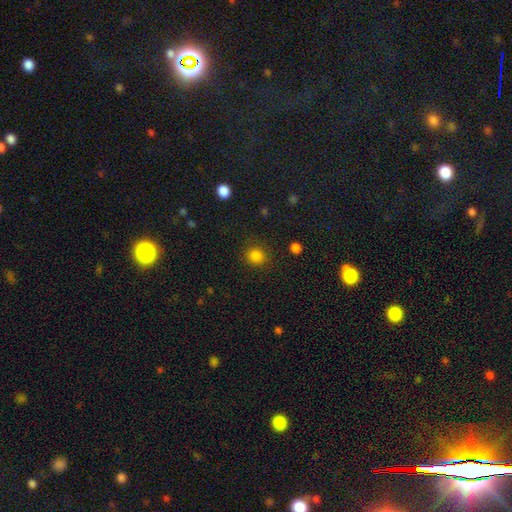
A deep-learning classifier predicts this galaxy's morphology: Overall: smooth (84%). How rounded: round (83%). Merging: none (86%).